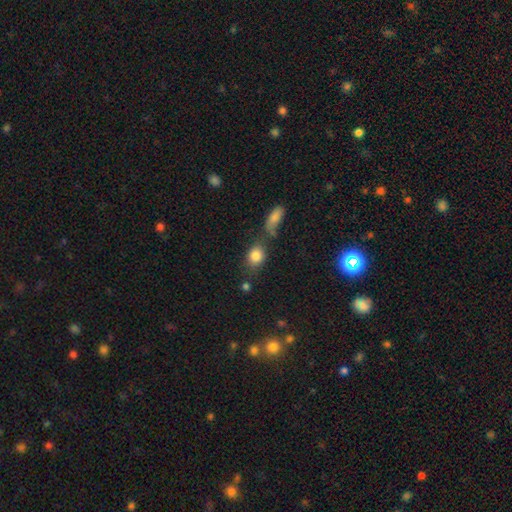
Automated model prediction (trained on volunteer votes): Smooth or featured?
  - smooth: 84% *
  - star or artifact: 9%
  - featured or disk: 7%
How rounded?
  - in between: 55% *
  - round: 42%
  - cigar-shaped: 3%
Merging?
  - none: 60% *
  - merger: 19%
  - minor disturbance: 15%
  - major disturbance: 6%